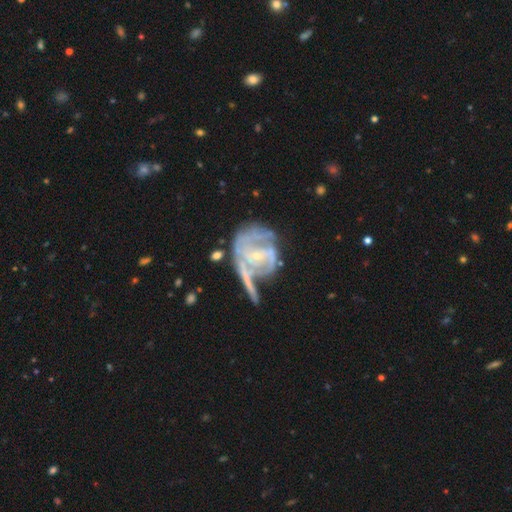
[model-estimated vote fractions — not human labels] The model was most divided on "merging" (2-way tie): major disturbance: 30%, none: 30%, minor disturbance: 22%, merger: 18%. Remaining: edge-on disk — no (97%); smooth or featured — featured or disk (81%); bulge size — small (80%); spiral arms — yes (79%); bar — no (56%); spiral winding — tight (52%); spiral arm count — can't tell (38%).